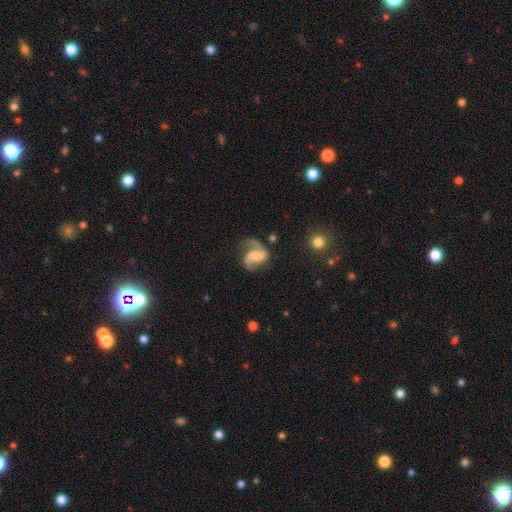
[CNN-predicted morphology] A featured or disk galaxy (88%) with a weak bar (43%), 2 (90%) medium (50%) spiral arms (97%) and a moderate central bulge (37%).

Vote fractions:
- Smooth or featured? featured or disk: 88% / smooth: 6% / star or artifact: 5%
- Edge-on disk? no: 98% / yes: 2%
- Bar? weak: 43% / no: 40% / strong: 17%
- Spiral arms? yes: 97% / no: 3%
- Spiral winding? medium: 50% / loose: 39% / tight: 11%
- Spiral arm count? 2: 90% / 1: 5% / can't tell: 2% / 3: 1% / 4: 1% / more than 4: 1%
- Bulge size? moderate: 37% / small: 36% / none: 17% / large: 8% / dominant: 2%
- Merging? none: 63% / minor disturbance: 19% / major disturbance: 15% / merger: 3%